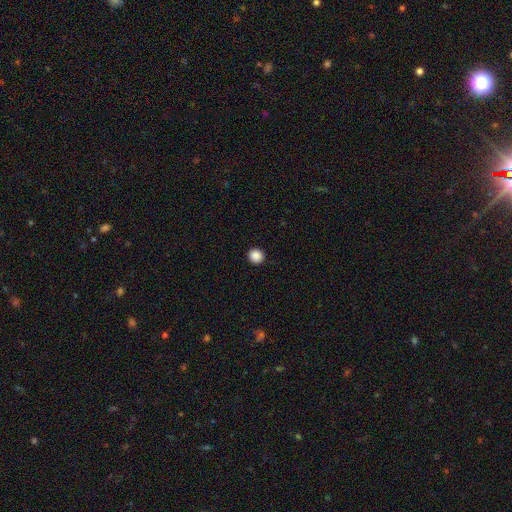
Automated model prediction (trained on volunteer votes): smooth-or-featured: smooth: 88% | star or artifact: 10% | featured or disk: 2%
  how-rounded: round: 92% | in between: 7% | cigar-shaped: 1%
  merging: none: 93% | minor disturbance: 5% | major disturbance: 2% | merger: 1%